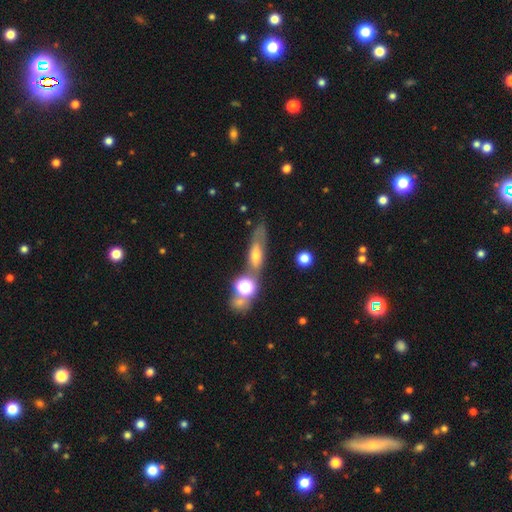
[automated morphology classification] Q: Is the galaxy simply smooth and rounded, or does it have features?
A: smooth — 42%.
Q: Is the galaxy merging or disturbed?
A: none — 53%.